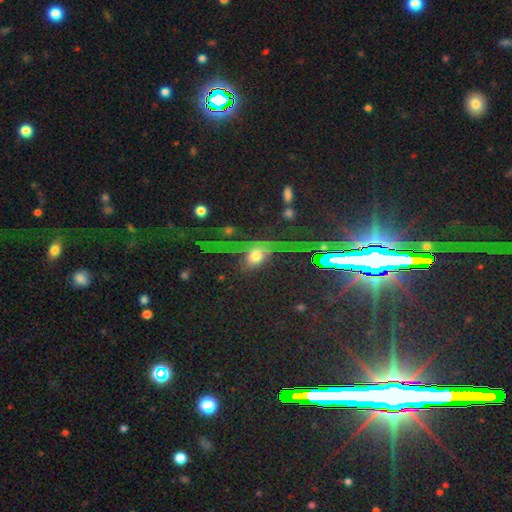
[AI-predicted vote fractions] A smooth galaxy with no disk features (54%) that is in between round and cigar-shaped (55%).

Vote fractions:
- Smooth or featured? smooth: 54% / featured or disk: 26% / star or artifact: 21%
- How rounded? in between: 55% / round: 36% / cigar-shaped: 9%
- Merging? none: 39% / major disturbance: 29% / minor disturbance: 19% / merger: 12%